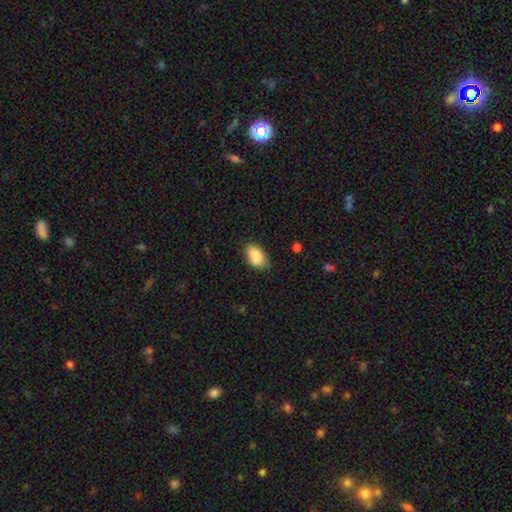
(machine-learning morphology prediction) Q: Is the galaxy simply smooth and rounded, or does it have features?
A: smooth — 85%.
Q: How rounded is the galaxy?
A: in between — 90%.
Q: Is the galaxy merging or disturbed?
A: none — 76%.